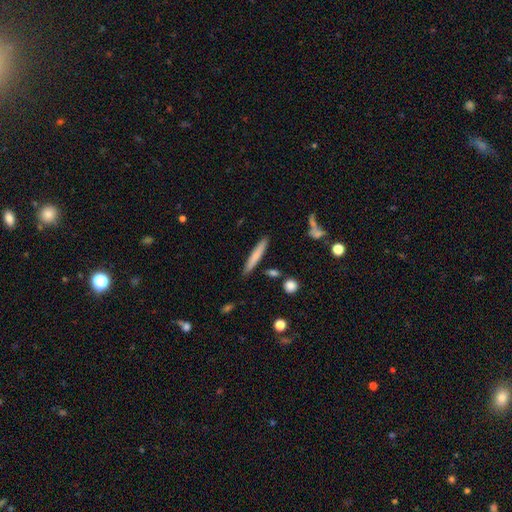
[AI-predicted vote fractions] A smooth galaxy with no disk features (73%) that is cigar-shaped (94%).

Vote fractions:
- Smooth or featured? smooth: 73% / featured or disk: 21% / star or artifact: 6%
- How rounded? cigar-shaped: 94% / in between: 5% / round: 1%
- Merging? none: 87% / minor disturbance: 9% / merger: 3% / major disturbance: 2%